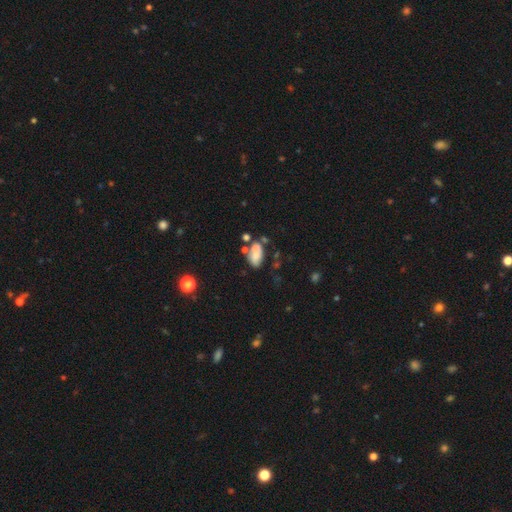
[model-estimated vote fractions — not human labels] Morphology: type=smooth (62%); roundness=in between (87%); merging=none (36%).